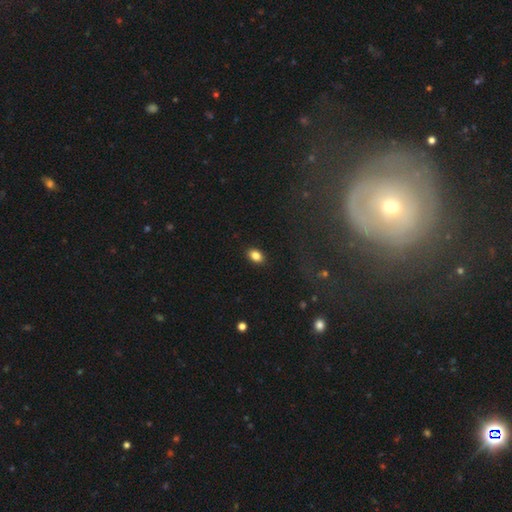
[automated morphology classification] A smooth galaxy with no disk features (85%) that is in between round and cigar-shaped (84%).

Vote fractions:
- Smooth or featured? smooth: 85% / star or artifact: 9% / featured or disk: 6%
- How rounded? in between: 84% / round: 14% / cigar-shaped: 1%
- Merging? none: 89% / minor disturbance: 8% / major disturbance: 2% / merger: 1%